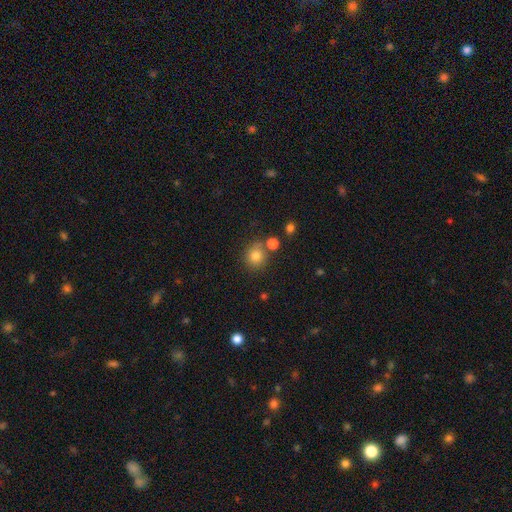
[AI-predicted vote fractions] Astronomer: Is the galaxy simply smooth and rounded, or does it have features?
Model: smooth — 80%.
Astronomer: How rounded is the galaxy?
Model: round — 87%.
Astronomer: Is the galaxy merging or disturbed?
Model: none — 70%.